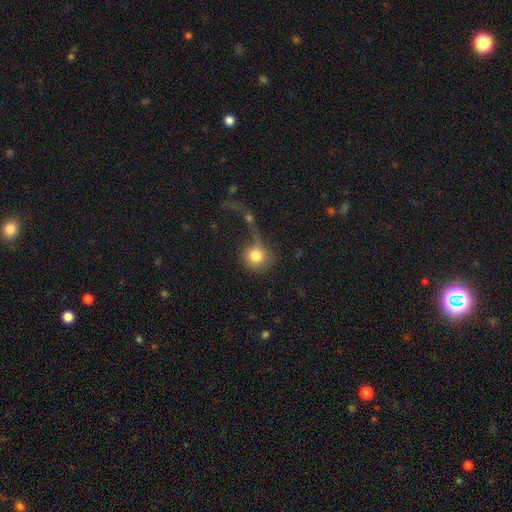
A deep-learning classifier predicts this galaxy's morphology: This is likely a smooth galaxy (78%). How rounded: clearly round (88%). Merging: marginally major disturbance (39%).